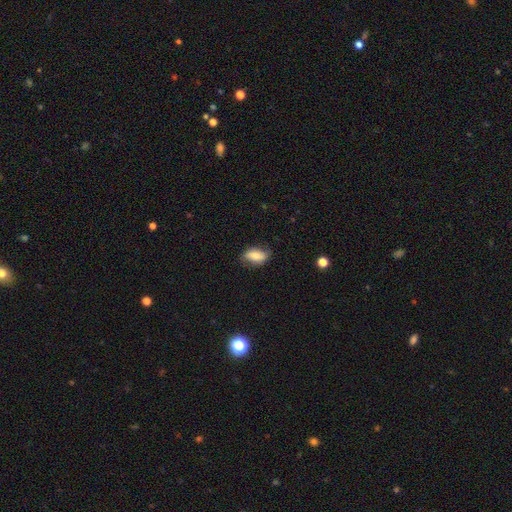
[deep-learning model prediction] smooth 69%, featured or disk 23%, star or artifact 8%. Down the decision tree: how rounded — in between (89%); merging — none (70%).